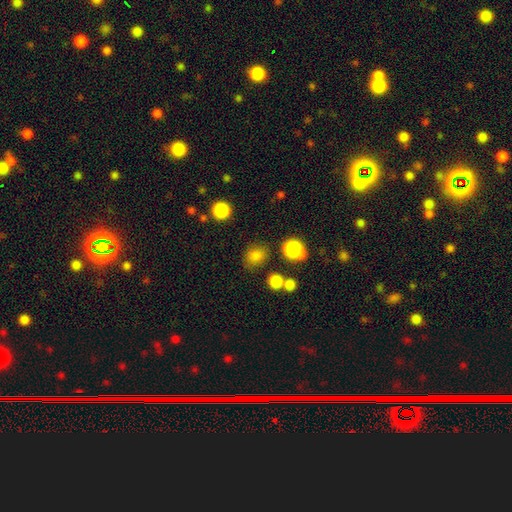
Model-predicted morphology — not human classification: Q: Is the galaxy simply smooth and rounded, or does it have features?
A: smooth — 79%.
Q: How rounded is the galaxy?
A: round — 61%.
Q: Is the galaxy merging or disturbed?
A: none — 77%.